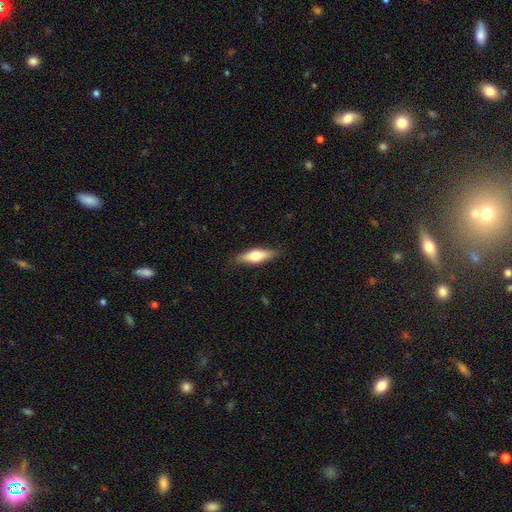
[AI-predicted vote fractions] Morphology: type=smooth (55%); roundness=cigar-shaped (49%); merging=none (86%).